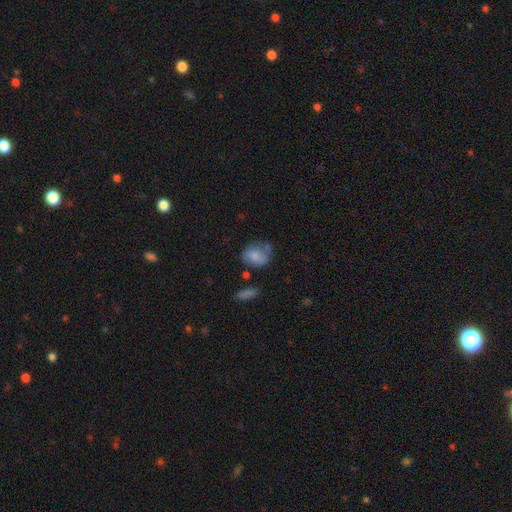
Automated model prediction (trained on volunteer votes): smooth 73%, featured or disk 19%, star or artifact 8%. Down the decision tree: how rounded — in between (51%); merging — none (49%).